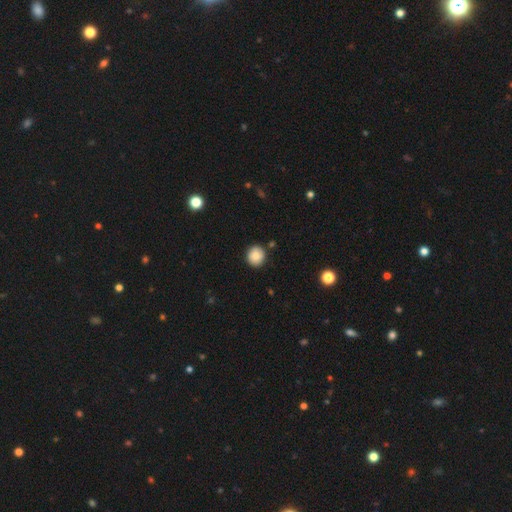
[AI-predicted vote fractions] smooth-or-featured: smooth: 84% | star or artifact: 9% | featured or disk: 8%
  how-rounded: round: 87% | in between: 12% | cigar-shaped: 1%
  merging: none: 87% | minor disturbance: 9% | merger: 2% | major disturbance: 2%